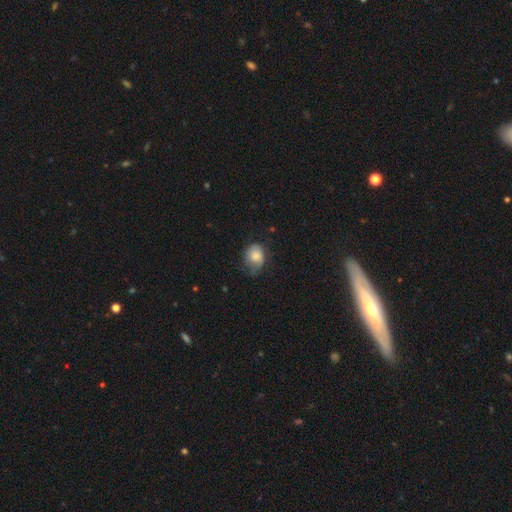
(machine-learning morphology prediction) Overall: smooth (78%). How rounded: in between (53%; round 46%). Merging: none (52%; minor disturbance 34%).